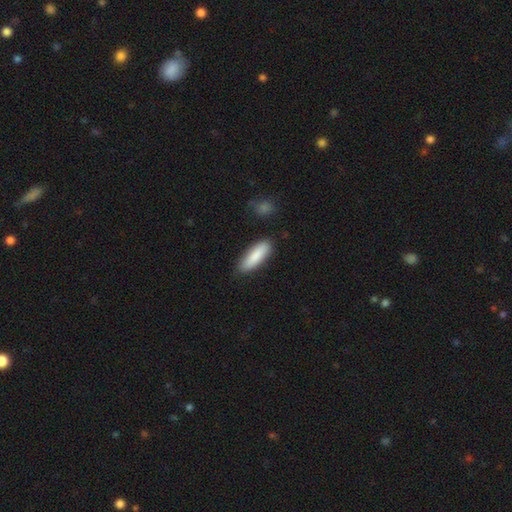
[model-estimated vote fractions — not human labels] This appears to be a smooth galaxy with no disk features (85%) that is cigar-shaped (52%). Merging: none (84%).